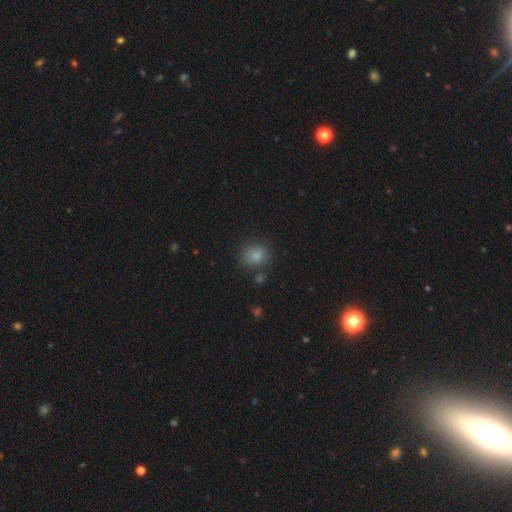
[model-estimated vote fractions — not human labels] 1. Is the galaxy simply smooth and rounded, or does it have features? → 83% smooth, 11% star or artifact, 5% featured or disk.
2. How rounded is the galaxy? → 74% round, 25% in between, 1% cigar-shaped.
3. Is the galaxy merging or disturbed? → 79% none, 12% minor disturbance, 5% merger, 4% major disturbance.